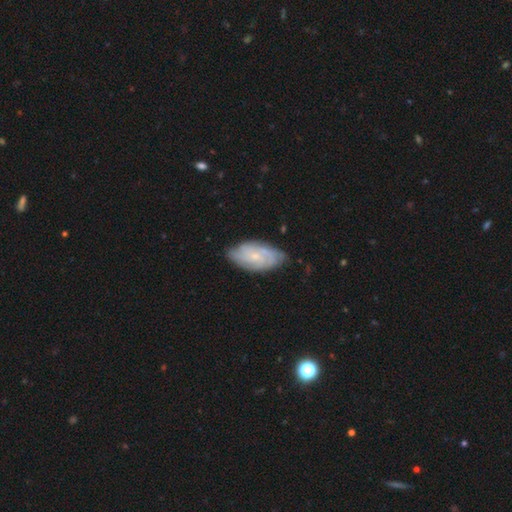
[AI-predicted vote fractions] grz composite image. It shows a featured or disk galaxy (67%) with no bar (71%), tight (58%) spiral arms (90%) and a small central bulge (73%). Merging: none (75%).